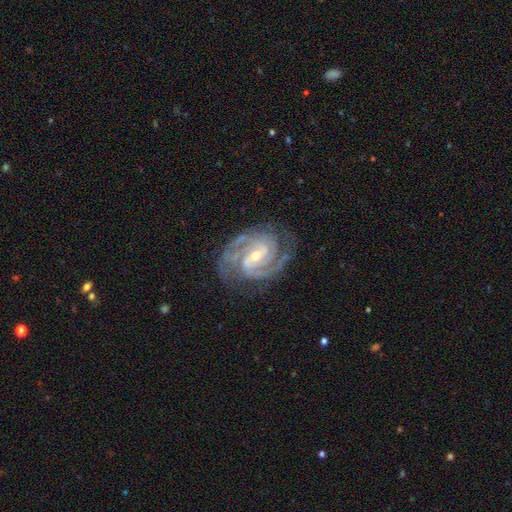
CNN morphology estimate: featured or disk 93%, star or artifact 4%, smooth 3%. Down the decision tree: edge-on disk — no (98%); bar — weak (46%); spiral arms — yes (98%); spiral arm count — 2 (44%); spiral winding — tight (64%); bulge size — small (55%); merging — none (76%).